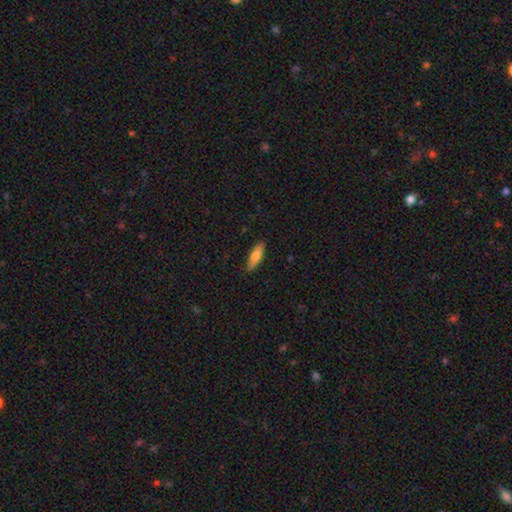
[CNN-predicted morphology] This appears to be a smooth galaxy with no disk features (70%) that is cigar-shaped (54%). Merging: none (87%).